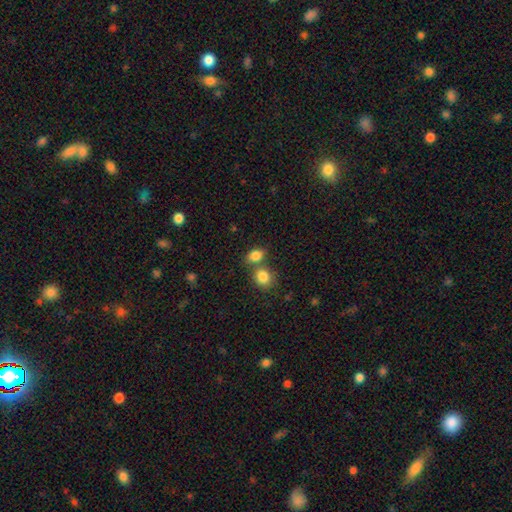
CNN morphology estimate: Q: Smooth or featured?
A: smooth (83%); runner-up: star or artifact (10%)
Q: How rounded?
A: in between (64%); runner-up: round (34%)
Q: Merging?
A: none (50%); runner-up: merger (36%)